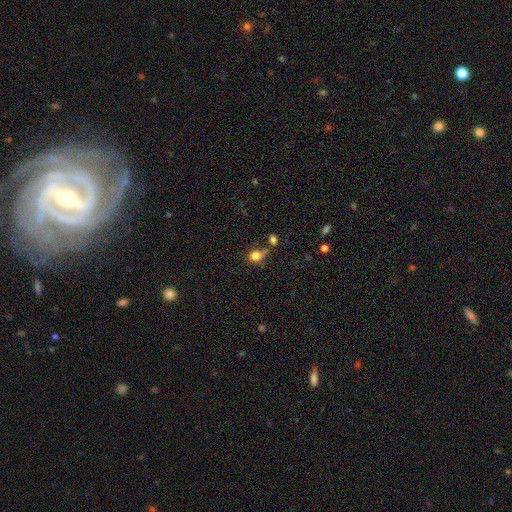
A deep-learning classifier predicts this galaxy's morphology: A smooth galaxy with no disk features (78%) that is in between round and cigar-shaped (50%).

Vote fractions:
- Smooth or featured? smooth: 78% / star or artifact: 11% / featured or disk: 11%
- How rounded? in between: 50% / round: 48% / cigar-shaped: 3%
- Merging? none: 39% / minor disturbance: 24% / merger: 20% / major disturbance: 17%